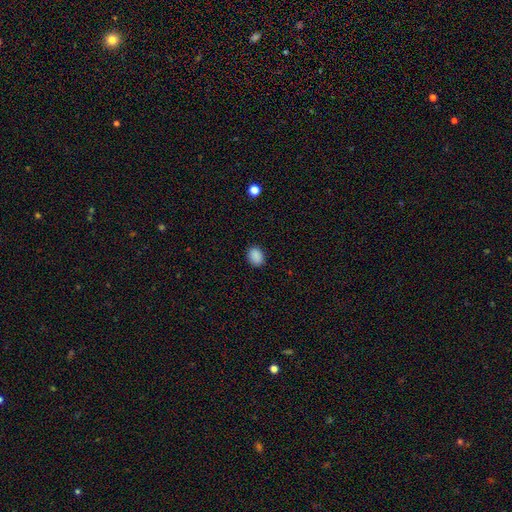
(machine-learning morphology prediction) Smooth or featured: smooth — 89% (star or artifact — 9%)
How rounded: in between — 61% (round — 38%)
Merging: none — 88% (minor disturbance — 9%)